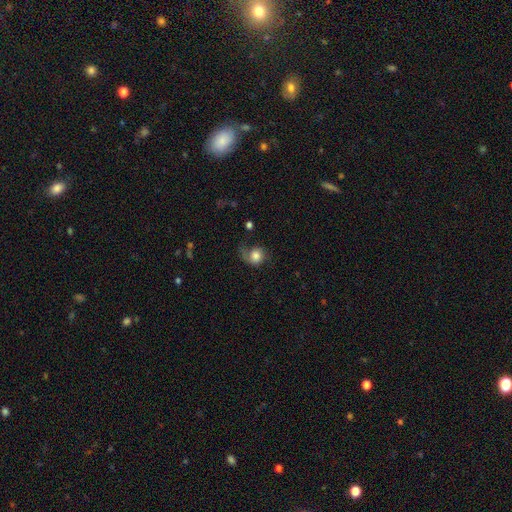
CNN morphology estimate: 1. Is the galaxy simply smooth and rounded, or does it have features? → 69% smooth, 22% featured or disk, 9% star or artifact.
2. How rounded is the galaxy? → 75% round, 24% in between, 1% cigar-shaped.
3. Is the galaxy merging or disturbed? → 40% none, 32% major disturbance, 25% minor disturbance, 3% merger.